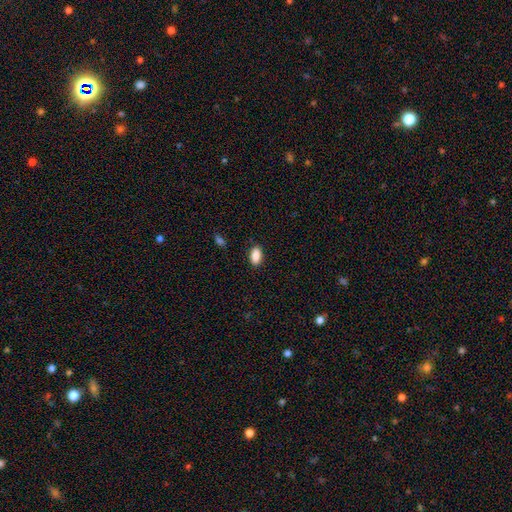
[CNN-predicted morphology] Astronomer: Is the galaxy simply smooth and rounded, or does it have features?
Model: smooth — 89%.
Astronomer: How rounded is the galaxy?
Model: in between — 92%.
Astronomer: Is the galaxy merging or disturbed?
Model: none — 88%.